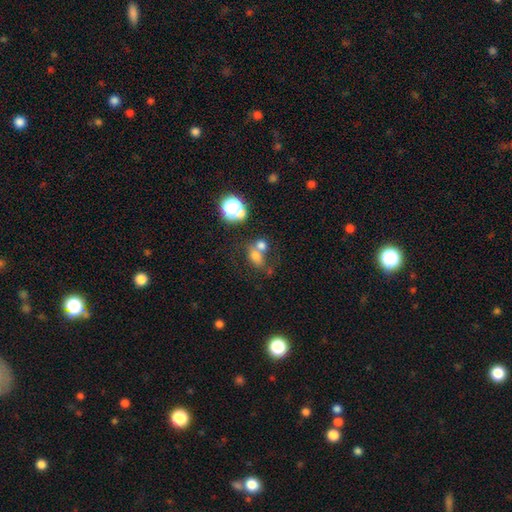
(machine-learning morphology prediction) type=smooth (68%); roundness=in between (56%); merging=merger (44%).